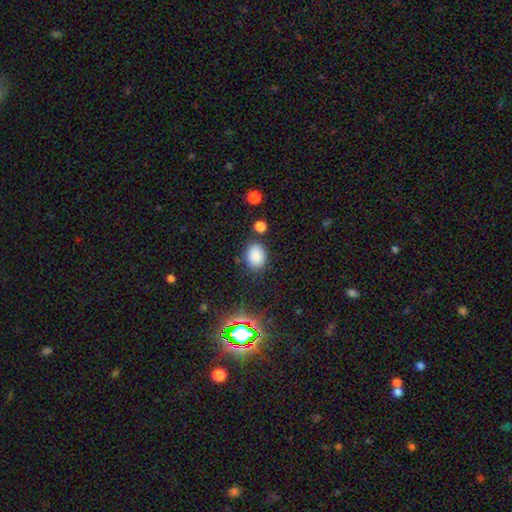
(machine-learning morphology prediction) smooth-or-featured: smooth: 82% | star or artifact: 12% | featured or disk: 5%
  how-rounded: in between: 60% | round: 39% | cigar-shaped: 1%
  merging: none: 81% | minor disturbance: 12% | merger: 4% | major disturbance: 3%